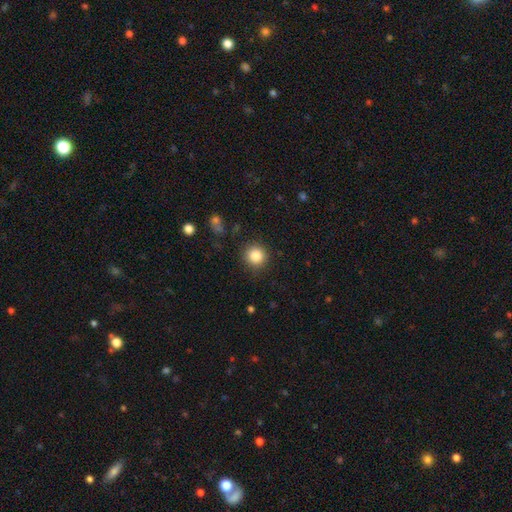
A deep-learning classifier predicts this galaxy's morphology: smooth-or-featured: smooth: 85% | star or artifact: 10% | featured or disk: 5%
  how-rounded: round: 93% | in between: 6% | cigar-shaped: 1%
  merging: none: 88% | minor disturbance: 8% | major disturbance: 3% | merger: 1%